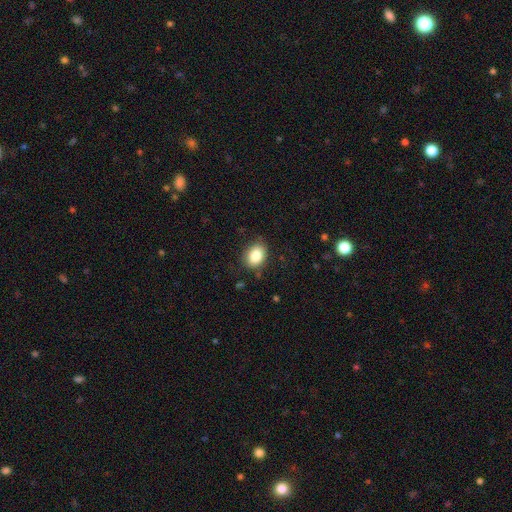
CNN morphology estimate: Overall: smooth (84%). How rounded: in between (71%). Merging: none (81%).